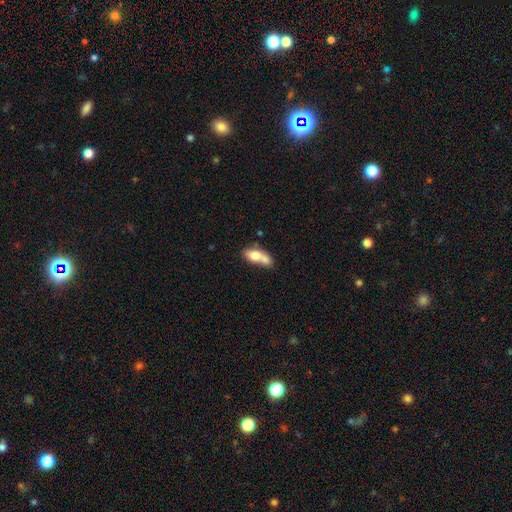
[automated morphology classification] Overall: smooth (69%). How rounded: in between (77%). Merging: merger (57%; none 23%).